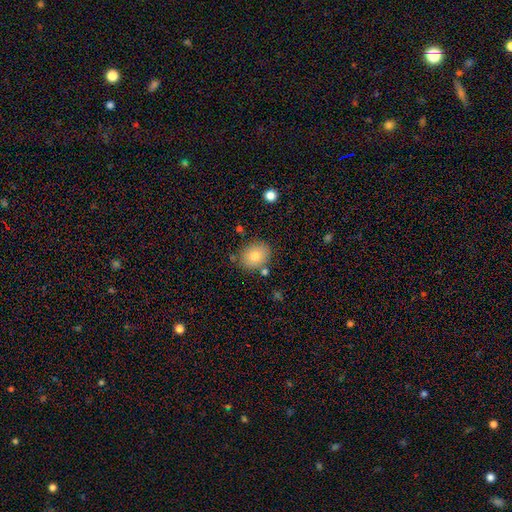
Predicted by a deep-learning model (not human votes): Smooth or featured?
  - smooth: 80% *
  - featured or disk: 11%
  - star or artifact: 9%
How rounded?
  - round: 52% *
  - in between: 48%
  - cigar-shaped: 1%
Merging?
  - none: 79% *
  - minor disturbance: 13%
  - merger: 5%
  - major disturbance: 3%